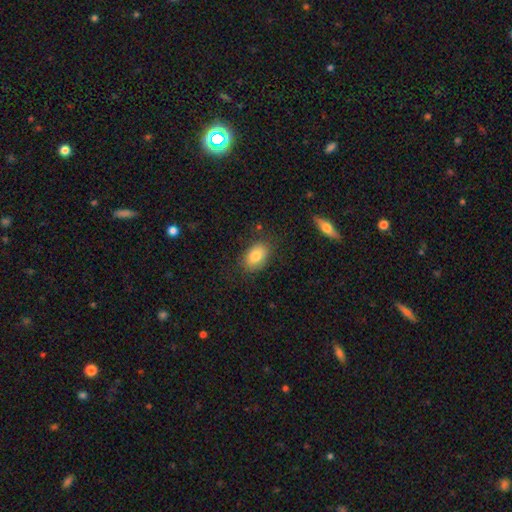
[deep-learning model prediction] smooth_or_featured: smooth (p=0.81) [alt: featured or disk p=0.11]
how_rounded: in between (p=0.83) [alt: round p=0.16]
merging: none (p=0.80) [alt: minor disturbance p=0.14]